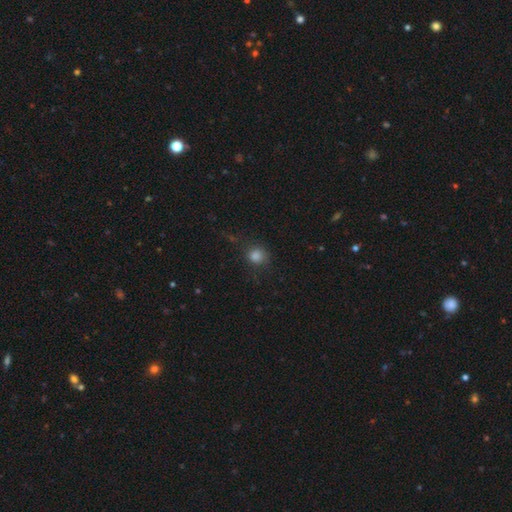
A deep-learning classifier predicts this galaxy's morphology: This appears to be a smooth galaxy with no disk features (80%) that is round (87%). Merging: none (78%).